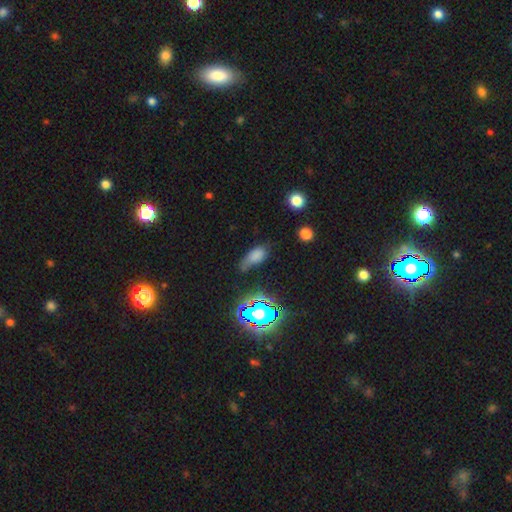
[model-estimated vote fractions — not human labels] smooth_or_featured: smooth (p=0.67) [alt: star or artifact p=0.19]
how_rounded: in between (p=0.79) [alt: cigar-shaped p=0.14]
merging: none (p=0.40) [alt: minor disturbance p=0.36]